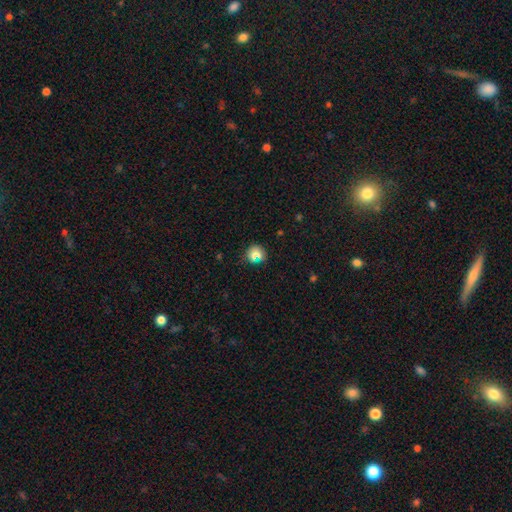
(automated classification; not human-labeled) This is likely a smooth galaxy (72%). How rounded: clearly round (87%). Merging: clearly none (81%).